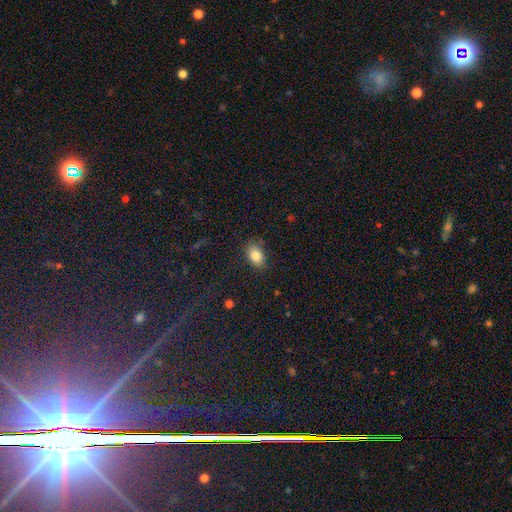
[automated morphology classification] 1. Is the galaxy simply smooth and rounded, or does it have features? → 84% smooth, 9% star or artifact, 7% featured or disk.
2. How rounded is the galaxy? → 83% in between, 16% round, 1% cigar-shaped.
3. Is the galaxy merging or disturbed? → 80% none, 14% minor disturbance, 4% major disturbance, 2% merger.